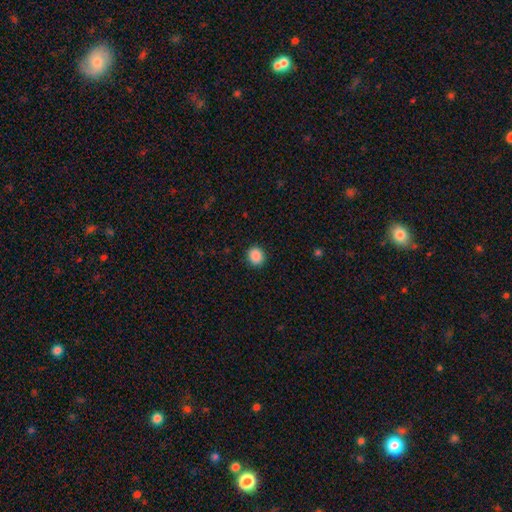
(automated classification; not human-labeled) This is clearly a smooth galaxy (89%). How rounded: clearly round (81%). Merging: clearly none (91%).